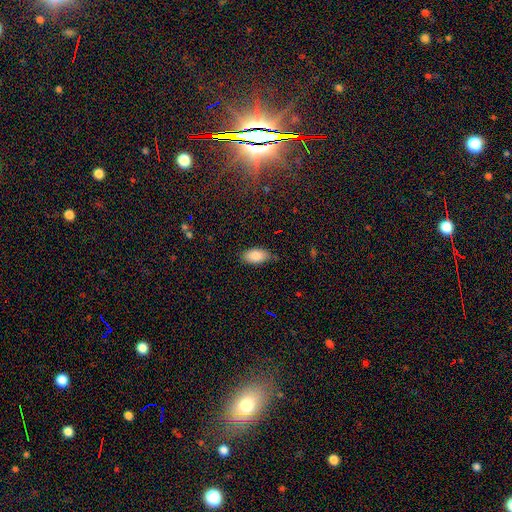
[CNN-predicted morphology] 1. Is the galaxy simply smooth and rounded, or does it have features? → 86% smooth, 7% featured or disk, 7% star or artifact.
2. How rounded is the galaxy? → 93% in between, 4% cigar-shaped, 3% round.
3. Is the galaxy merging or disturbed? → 77% none, 19% minor disturbance, 3% major disturbance, 1% merger.